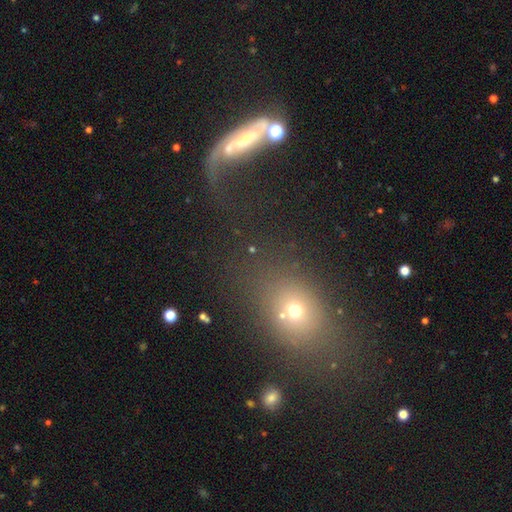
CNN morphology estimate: A smooth galaxy with no disk features (50%).

Vote fractions:
- Smooth or featured? smooth: 50% / featured or disk: 26% / star or artifact: 25%
- Merging? none: 52% / merger: 21% / major disturbance: 15% / minor disturbance: 13%